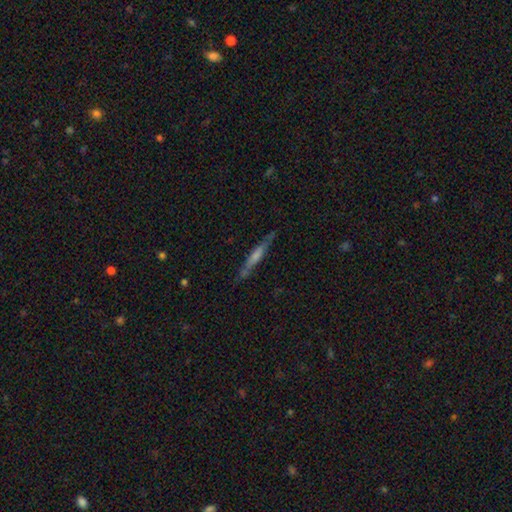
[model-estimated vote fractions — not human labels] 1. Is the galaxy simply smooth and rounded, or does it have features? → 62% featured or disk, 31% smooth, 7% star or artifact.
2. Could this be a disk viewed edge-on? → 94% yes, 6% no.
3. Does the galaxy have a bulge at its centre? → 41% rounded, 37% none, 21% boxy.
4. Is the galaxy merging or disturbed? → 82% none, 13% minor disturbance, 3% major disturbance, 2% merger.